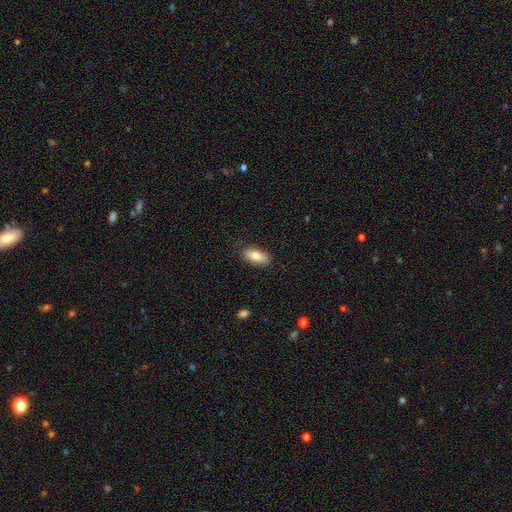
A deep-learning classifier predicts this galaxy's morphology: Smooth or featured?
  - smooth: 84% *
  - featured or disk: 10%
  - star or artifact: 7%
How rounded?
  - in between: 84% *
  - cigar-shaped: 14%
  - round: 2%
Merging?
  - none: 84% *
  - minor disturbance: 13%
  - major disturbance: 3%
  - merger: 1%